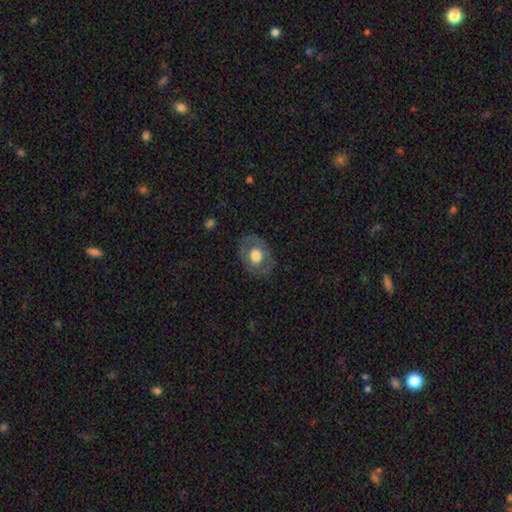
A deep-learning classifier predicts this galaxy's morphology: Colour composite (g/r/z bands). It shows a smooth galaxy with no disk features (55%) that is in between round and cigar-shaped (60%). Merging: none (78%).